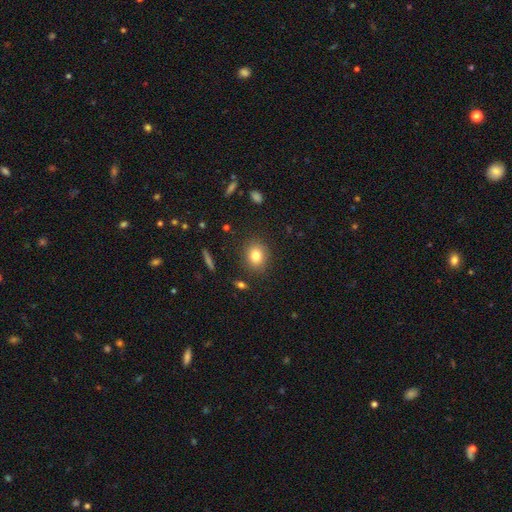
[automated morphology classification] Smooth or featured: smooth — 80% (star or artifact — 11%)
How rounded: round — 66% (in between — 33%)
Merging: none — 88% (minor disturbance — 8%)